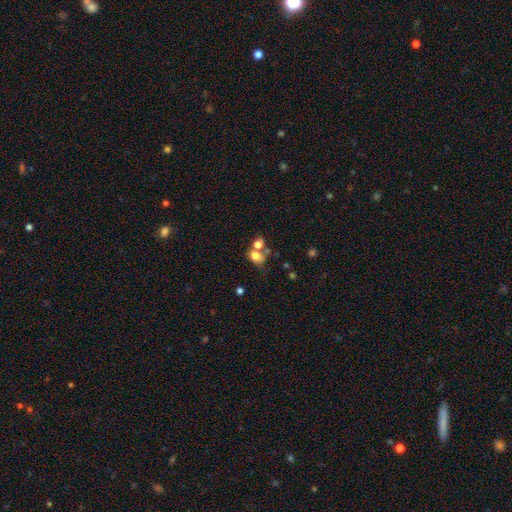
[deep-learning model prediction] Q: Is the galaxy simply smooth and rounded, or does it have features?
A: smooth — 75%.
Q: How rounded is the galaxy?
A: in between — 63%.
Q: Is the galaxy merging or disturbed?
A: merger — 45%.